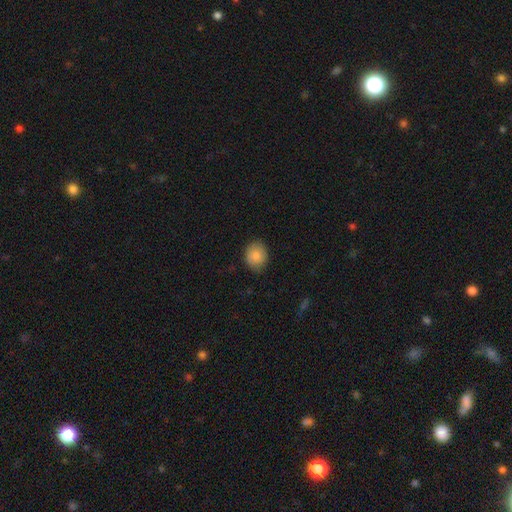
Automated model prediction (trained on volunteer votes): The model was most divided on "how rounded": round: 54%, in between: 45%, cigar-shaped: 1%. More confident: smooth or featured — smooth (86%); merging — none (80%).